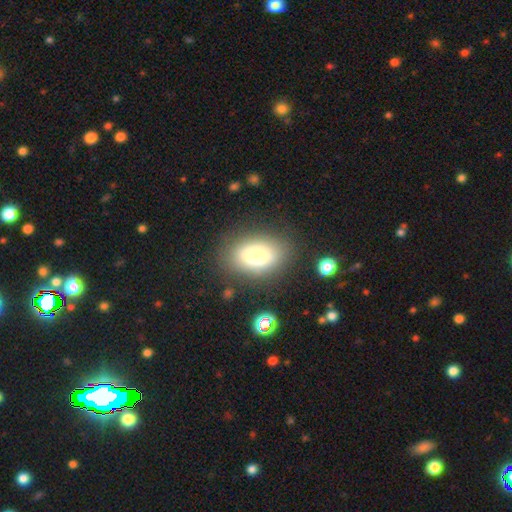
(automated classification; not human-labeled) smooth-or-featured: smooth: 74% | featured or disk: 14% | star or artifact: 12%
  how-rounded: in between: 84% | round: 14% | cigar-shaped: 2%
  merging: none: 78% | minor disturbance: 13% | major disturbance: 6% | merger: 3%